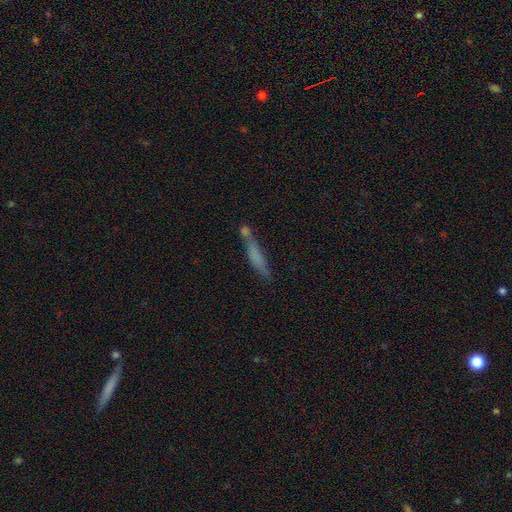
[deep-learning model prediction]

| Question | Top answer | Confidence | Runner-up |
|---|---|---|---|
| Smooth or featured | smooth | 61% | featured or disk (29%) |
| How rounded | cigar-shaped | 86% | in between (11%) |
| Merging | none | 50% | merger (26%) |